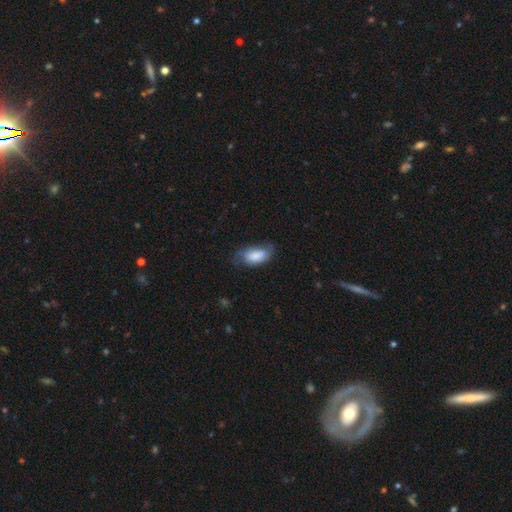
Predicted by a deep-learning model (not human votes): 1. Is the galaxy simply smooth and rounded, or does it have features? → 69% smooth, 24% featured or disk, 7% star or artifact.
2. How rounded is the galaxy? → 92% in between, 5% cigar-shaped, 3% round.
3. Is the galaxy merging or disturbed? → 52% none, 32% minor disturbance, 14% major disturbance, 2% merger.